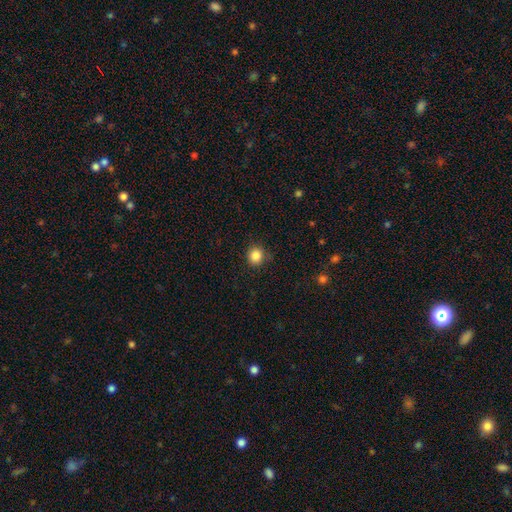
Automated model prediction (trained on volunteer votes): This is clearly a smooth galaxy (85%). How rounded: clearly round (91%). Merging: clearly none (86%).